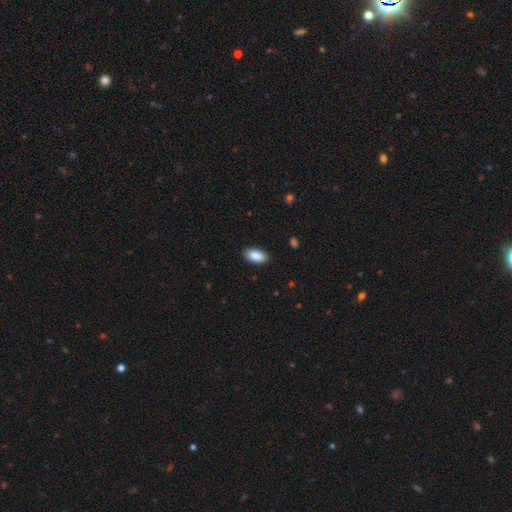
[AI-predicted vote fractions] smooth 89%, star or artifact 6%, featured or disk 4%. Down the decision tree: how rounded — in between (95%); merging — none (87%).